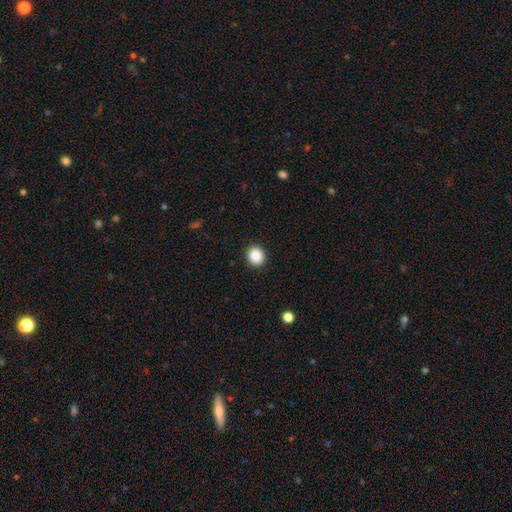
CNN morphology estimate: Smooth or featured?
  - smooth: 87% *
  - star or artifact: 9%
  - featured or disk: 4%
How rounded?
  - round: 79% *
  - in between: 20%
  - cigar-shaped: 1%
Merging?
  - none: 92% *
  - minor disturbance: 6%
  - major disturbance: 2%
  - merger: 1%